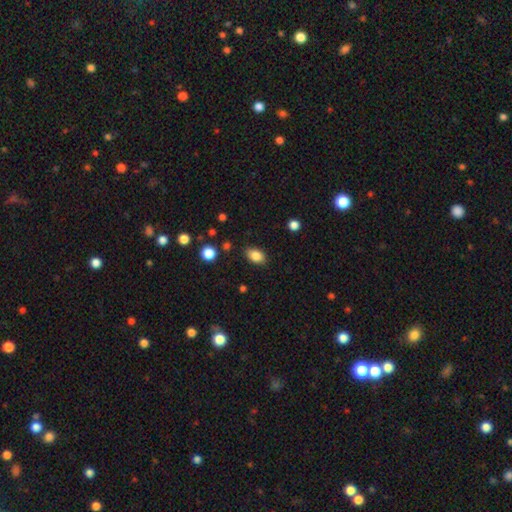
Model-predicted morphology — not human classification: Overall: smooth (85%). How rounded: in between (85%). Merging: none (83%).